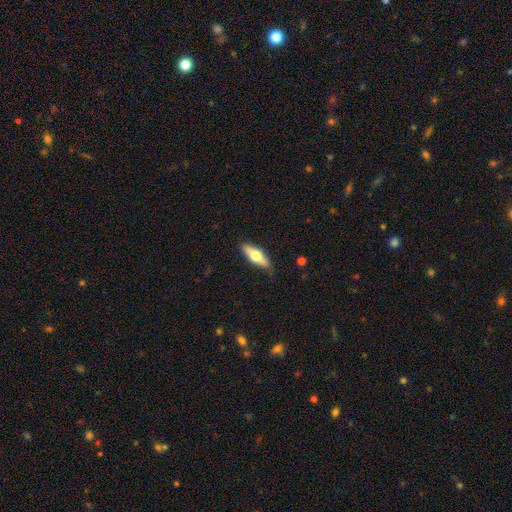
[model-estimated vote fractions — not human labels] Morphology: type=smooth (54%); roundness=in between (53%); merging=none (85%).